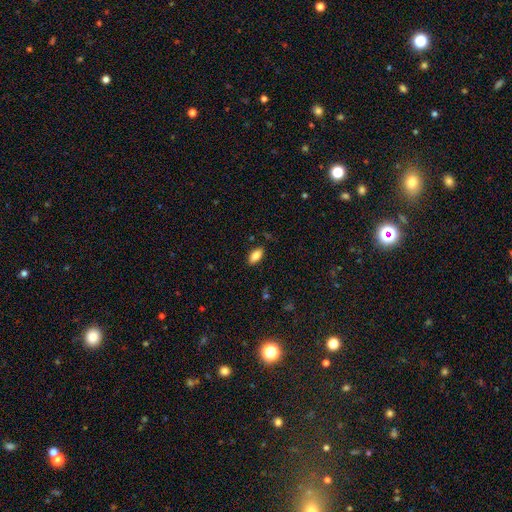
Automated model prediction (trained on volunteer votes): A smooth galaxy with no disk features (85%) that is in between round and cigar-shaped (91%). Merging: none (86%).